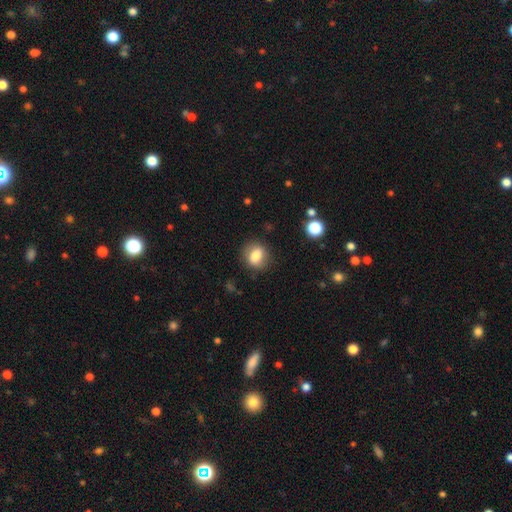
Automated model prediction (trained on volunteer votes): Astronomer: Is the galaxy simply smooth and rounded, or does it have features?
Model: smooth — 78%.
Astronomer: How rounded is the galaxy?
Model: round — 59% (runner-up: in between, 39%).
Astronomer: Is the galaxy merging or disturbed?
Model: none — 82%.